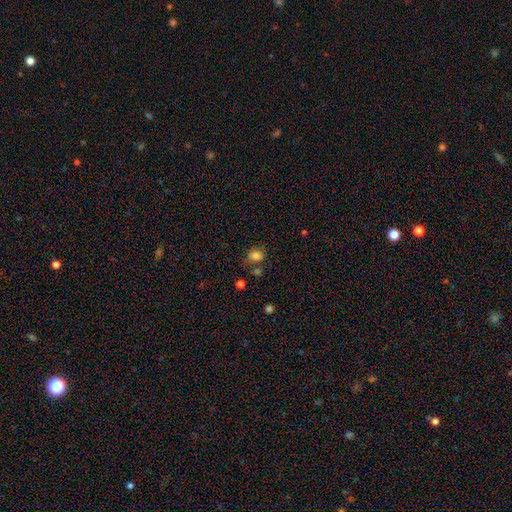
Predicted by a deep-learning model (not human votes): A smooth galaxy with no disk features (80%) that is round (53%).

Vote fractions:
- Smooth or featured? smooth: 80% / star or artifact: 13% / featured or disk: 6%
- How rounded? round: 53% / in between: 46% / cigar-shaped: 1%
- Merging? none: 60% / minor disturbance: 21% / merger: 10% / major disturbance: 9%